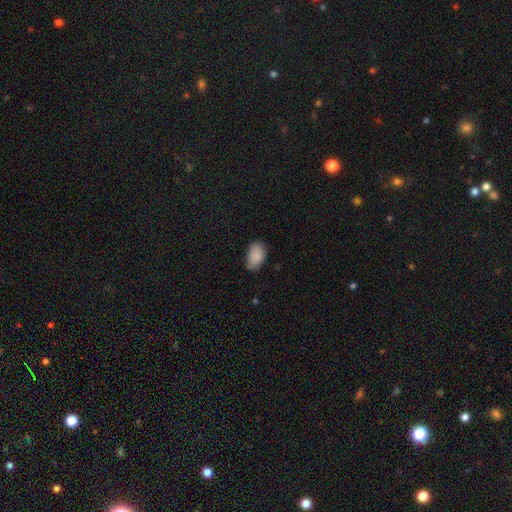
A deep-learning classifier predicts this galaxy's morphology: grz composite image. It shows a smooth galaxy with no disk features (87%) that is in between round and cigar-shaped (91%). Merging: none (68%).